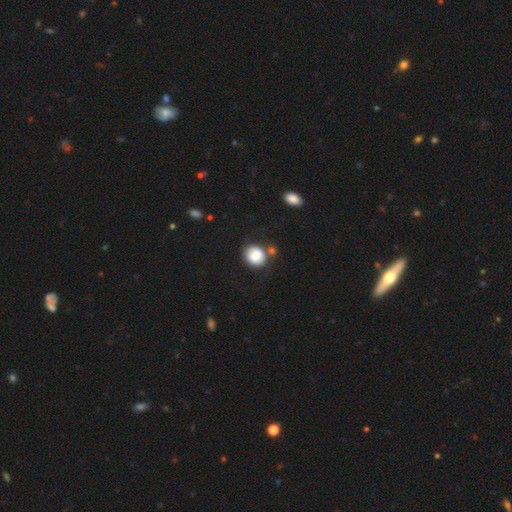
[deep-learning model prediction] Smooth or featured? smooth (82%)
How rounded? round (74%)
Merging? none (68%)